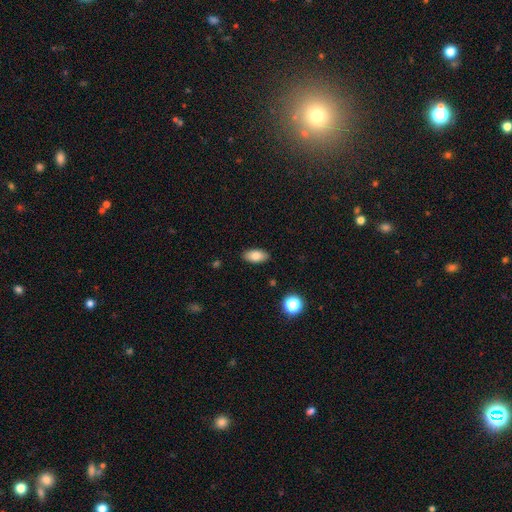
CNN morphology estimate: Smooth or featured: smooth — 83% (featured or disk — 9%)
How rounded: in between — 92% (cigar-shaped — 4%)
Merging: none — 88% (minor disturbance — 9%)